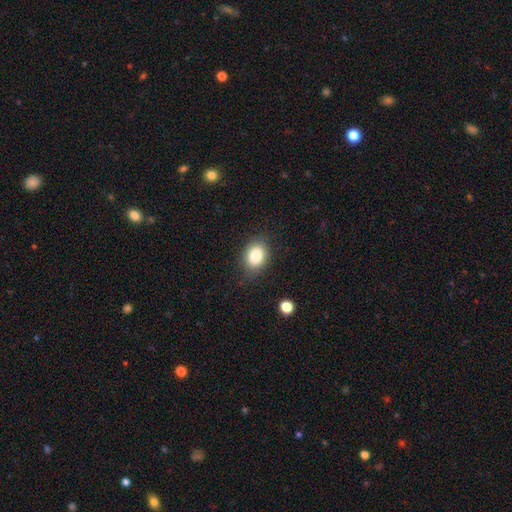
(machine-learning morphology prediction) This appears to be a smooth galaxy with no disk features (83%) that is in between round and cigar-shaped (70%). Merging: none (80%).